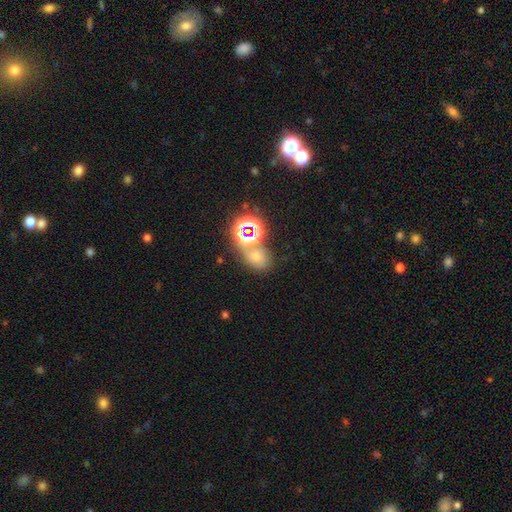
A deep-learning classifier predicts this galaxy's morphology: smooth_or_featured: star or artifact (p=0.45) [alt: smooth p=0.43]